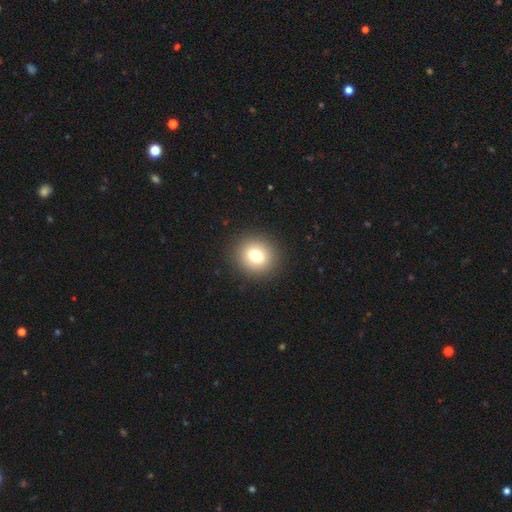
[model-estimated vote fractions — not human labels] This appears to be a smooth galaxy with no disk features (74%) that is round (76%). Merging: none (90%).